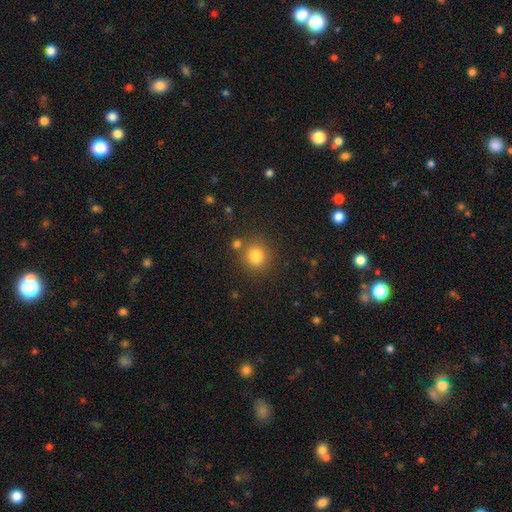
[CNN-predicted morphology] type=smooth (81%); roundness=round (87%); merging=none (77%).